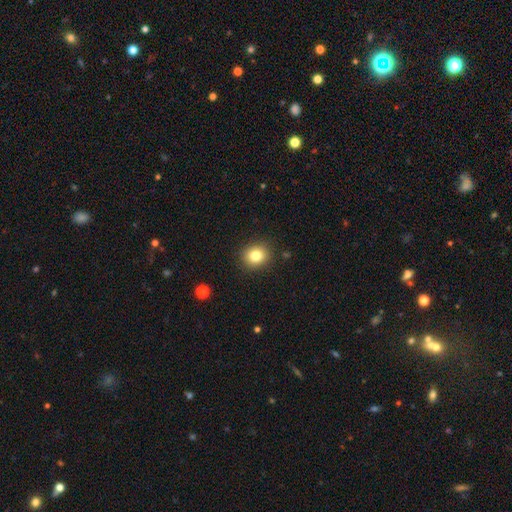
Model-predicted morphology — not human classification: type=smooth (82%); roundness=round (79%); merging=none (90%).